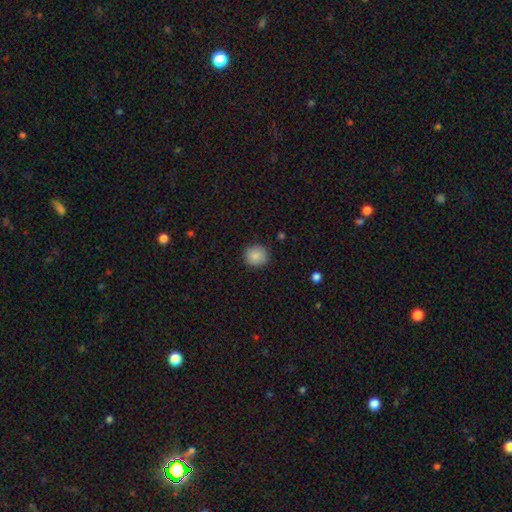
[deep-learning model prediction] A smooth galaxy with no disk features (86%) that is round (92%).

Vote fractions:
- Smooth or featured? smooth: 86% / star or artifact: 8% / featured or disk: 6%
- How rounded? round: 92% / in between: 7% / cigar-shaped: 1%
- Merging? none: 88% / minor disturbance: 9% / major disturbance: 2% / merger: 1%